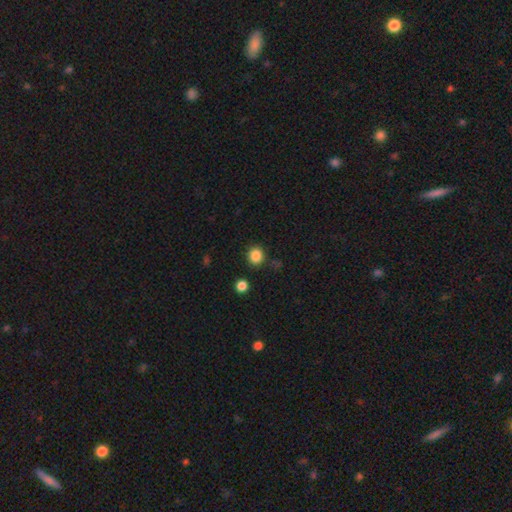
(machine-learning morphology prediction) Smooth or featured: smooth — 86% (star or artifact — 11%)
How rounded: round — 83% (in between — 16%)
Merging: none — 86% (minor disturbance — 8%)